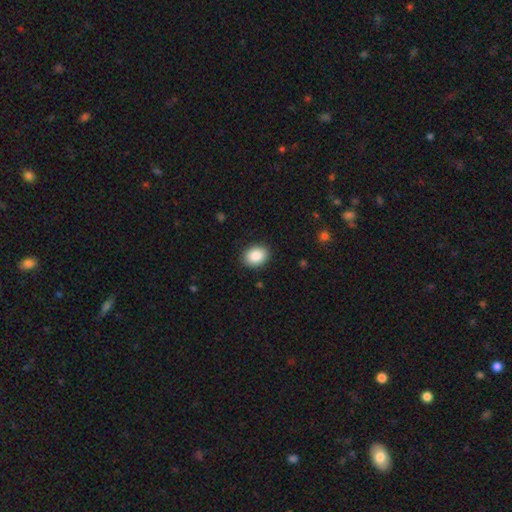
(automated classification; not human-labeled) smooth 88%, star or artifact 8%, featured or disk 4%. Down the decision tree: how rounded — in between (62%); merging — none (89%).